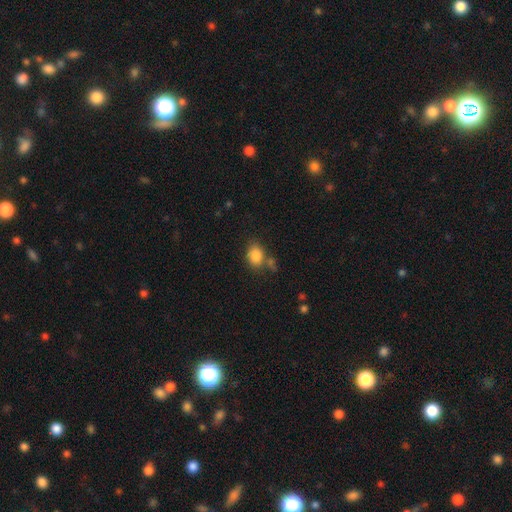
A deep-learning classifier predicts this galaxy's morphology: Q: Smooth or featured?
A: smooth (85%); runner-up: star or artifact (9%)
Q: How rounded?
A: in between (64%); runner-up: round (35%)
Q: Merging?
A: none (61%); runner-up: minor disturbance (18%)